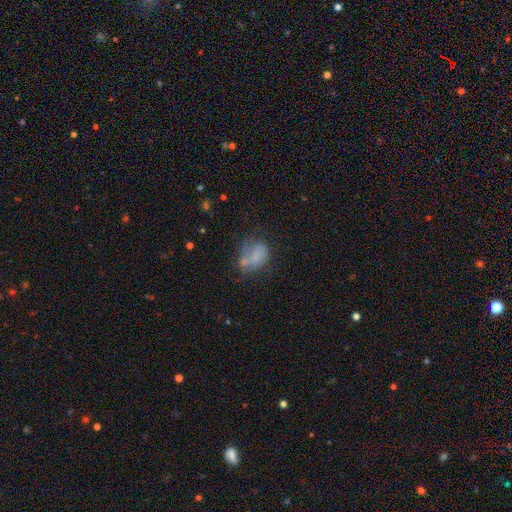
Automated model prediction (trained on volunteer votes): smooth_or_featured: smooth (p=0.58) [alt: featured or disk p=0.31]
how_rounded: in between (p=0.72) [alt: round p=0.27]
merging: none (p=0.33) [alt: major disturbance p=0.27]